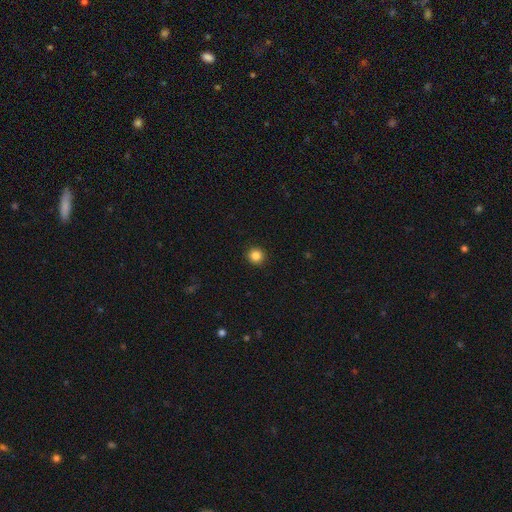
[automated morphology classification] smooth 85%, star or artifact 11%, featured or disk 4%. Down the decision tree: how rounded — round (94%); merging — none (93%).